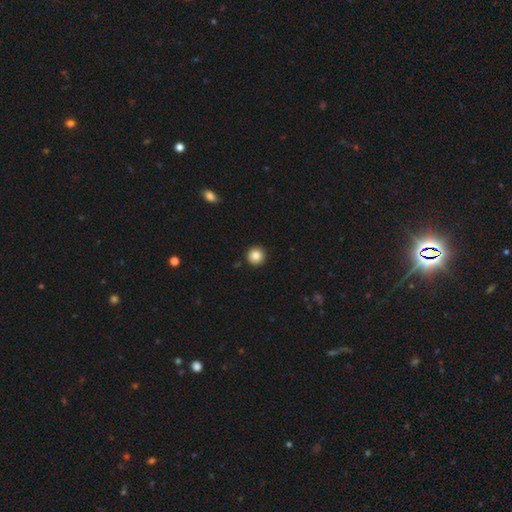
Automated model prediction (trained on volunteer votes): Morphology: type=smooth (86%); roundness=round (95%); merging=none (93%).